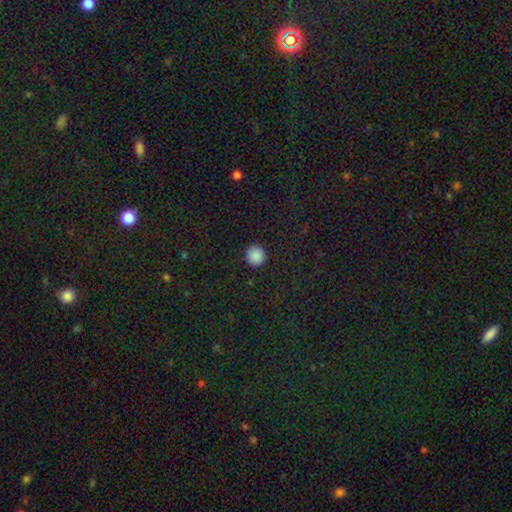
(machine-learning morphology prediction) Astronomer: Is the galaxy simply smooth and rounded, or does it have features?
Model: smooth — 88%.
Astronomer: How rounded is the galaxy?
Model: round — 93%.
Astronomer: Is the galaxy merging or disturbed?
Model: none — 92%.